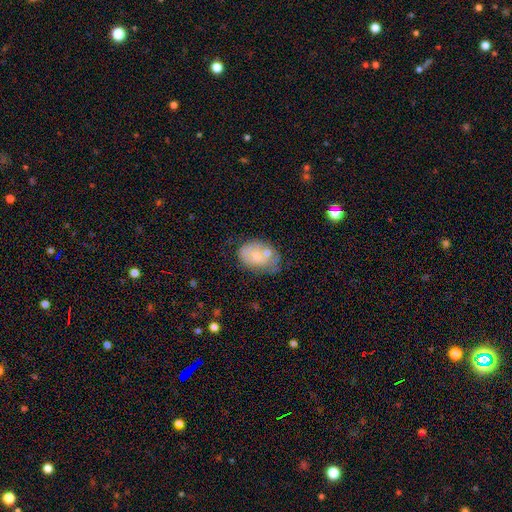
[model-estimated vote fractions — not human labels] smooth 60%, featured or disk 32%, star or artifact 8%. Down the decision tree: how rounded — in between (82%); merging — none (38%).